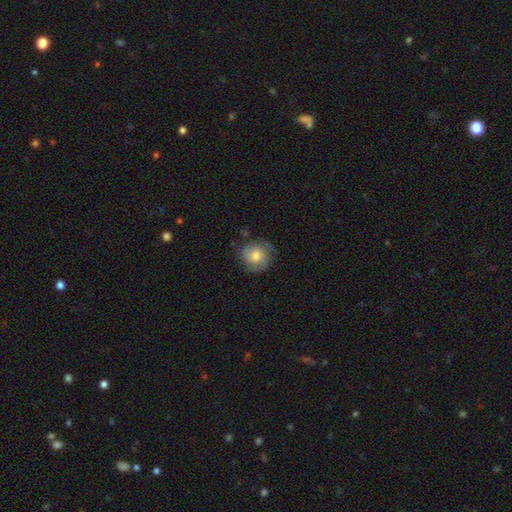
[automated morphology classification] smooth 66%, featured or disk 26%, star or artifact 8%. Down the decision tree: how rounded — round (88%); merging — none (73%).